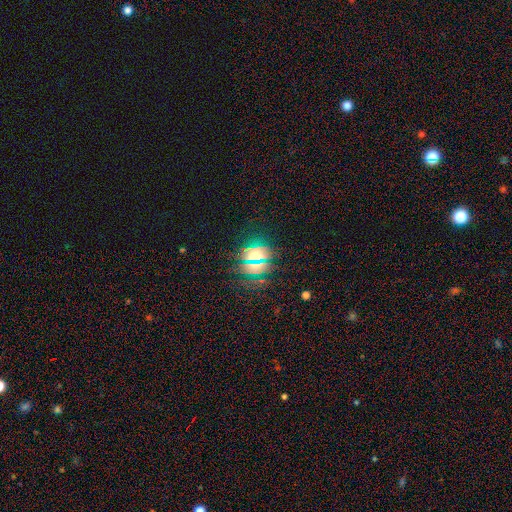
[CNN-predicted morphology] Overall: star or artifact (47%; smooth 38%).